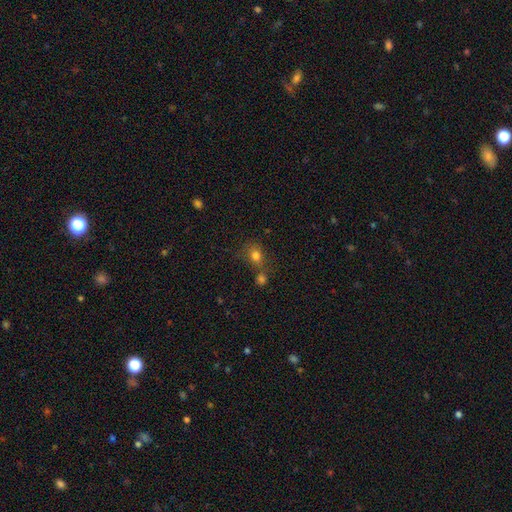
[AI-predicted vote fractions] Overall: smooth (77%). How rounded: round (61%; in between 38%). Merging: none (54%; merger 24%).